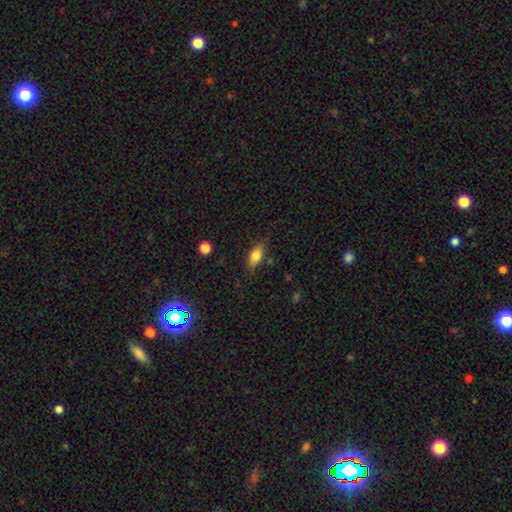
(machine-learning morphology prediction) smooth_or_featured: smooth (p=0.79) [alt: featured or disk p=0.13]
how_rounded: in between (p=0.83) [alt: cigar-shaped p=0.11]
merging: none (p=0.76) [alt: minor disturbance p=0.18]